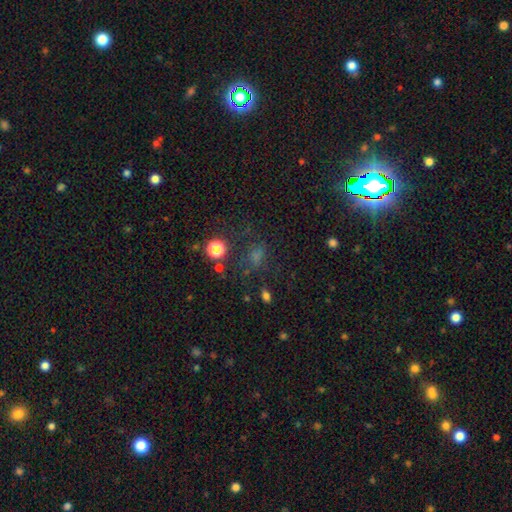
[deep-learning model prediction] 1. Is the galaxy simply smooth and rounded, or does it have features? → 57% smooth, 33% star or artifact, 10% featured or disk.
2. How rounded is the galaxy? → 49% round, 48% in between, 3% cigar-shaped.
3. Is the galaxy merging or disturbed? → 63% none, 17% minor disturbance, 14% major disturbance, 6% merger.